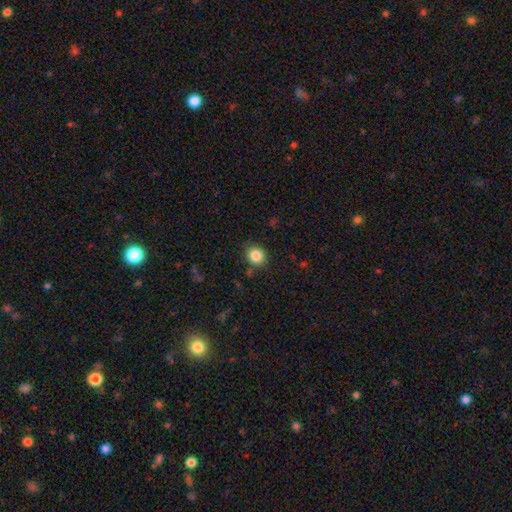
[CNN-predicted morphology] This is clearly a smooth galaxy (85%). How rounded: clearly round (83%). Merging: clearly none (84%).